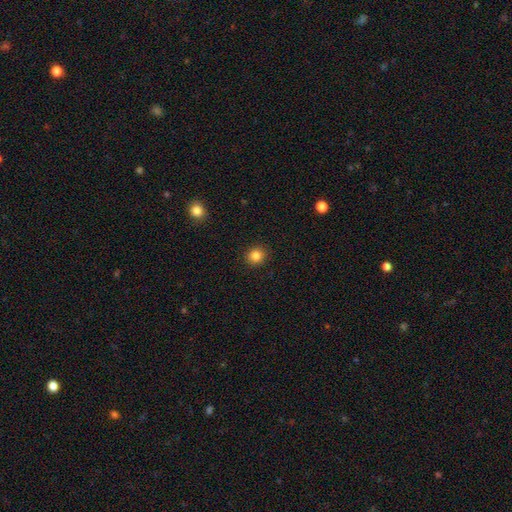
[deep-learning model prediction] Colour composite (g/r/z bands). It shows a smooth galaxy with no disk features (84%) that is round (88%). Merging: none (92%).